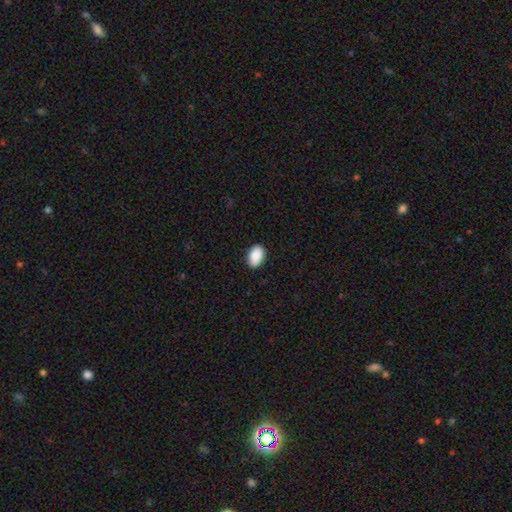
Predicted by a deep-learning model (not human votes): Smooth or featured?
  - smooth: 90% *
  - star or artifact: 6%
  - featured or disk: 4%
How rounded?
  - in between: 92% *
  - round: 7%
  - cigar-shaped: 1%
Merging?
  - none: 89% *
  - minor disturbance: 8%
  - major disturbance: 2%
  - merger: 1%